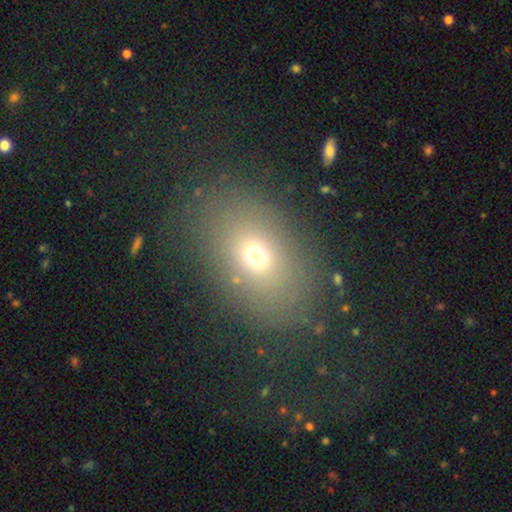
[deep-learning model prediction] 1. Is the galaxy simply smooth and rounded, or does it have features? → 65% smooth, 18% featured or disk, 17% star or artifact.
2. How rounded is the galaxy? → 73% in between, 25% round, 2% cigar-shaped.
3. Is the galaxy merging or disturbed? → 79% none, 12% minor disturbance, 7% major disturbance, 2% merger.